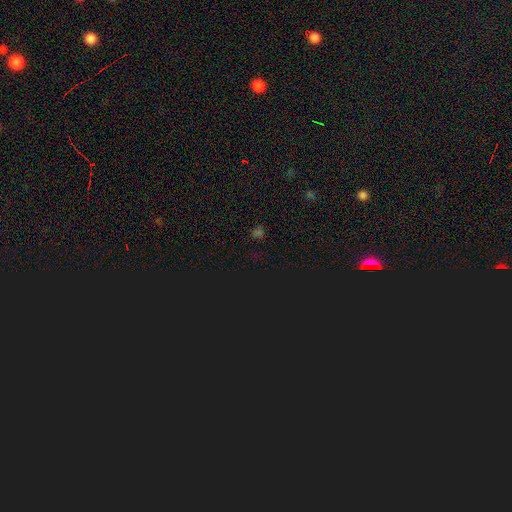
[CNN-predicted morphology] This appears to be a star or artifact, not a galaxy (64%).